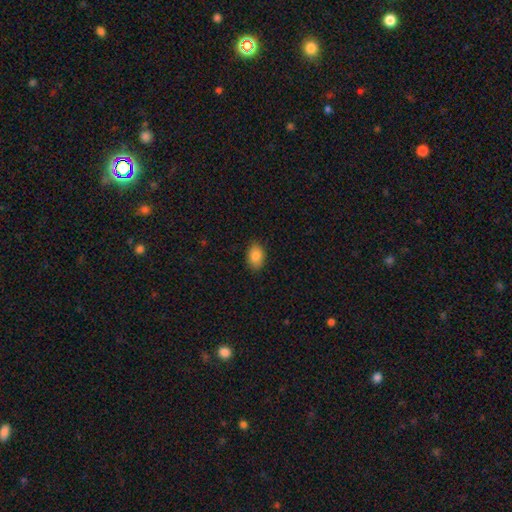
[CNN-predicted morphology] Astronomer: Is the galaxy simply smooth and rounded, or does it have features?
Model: smooth — 86%.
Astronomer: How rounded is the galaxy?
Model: in between — 86%.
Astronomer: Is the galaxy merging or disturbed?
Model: none — 88%.